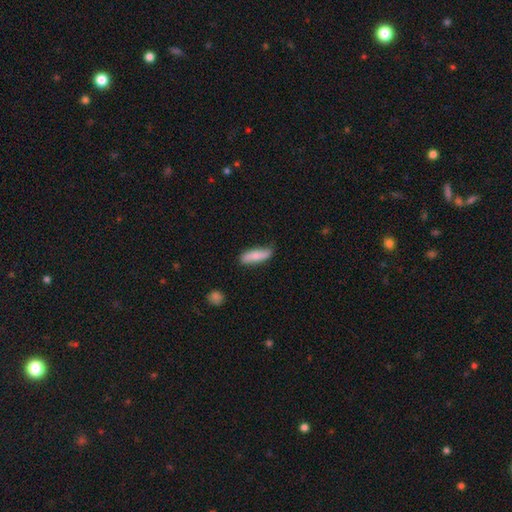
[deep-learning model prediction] Smooth or featured?
  - smooth: 70% *
  - featured or disk: 24%
  - star or artifact: 6%
How rounded?
  - in between: 51% *
  - cigar-shaped: 46%
  - round: 2%
Merging?
  - none: 66% *
  - minor disturbance: 27%
  - major disturbance: 4%
  - merger: 2%